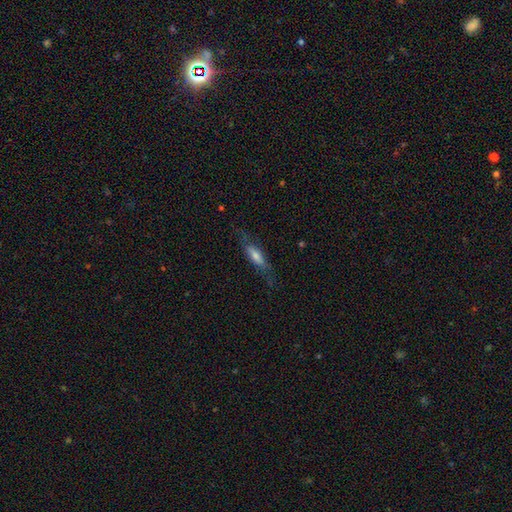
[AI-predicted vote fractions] This is possibly a smooth galaxy (46%, tied with featured or disk). Merging: likely none (68%).